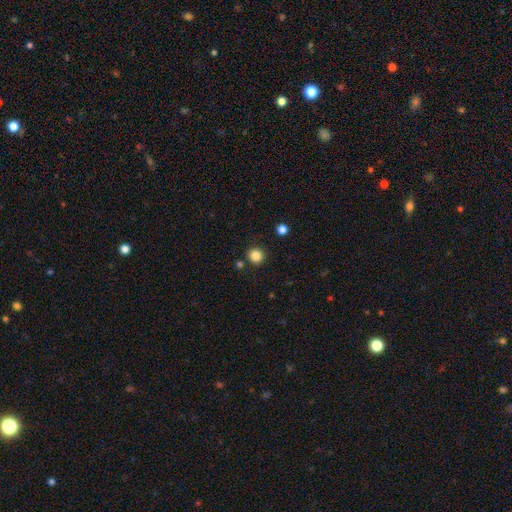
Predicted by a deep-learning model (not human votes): Q: Smooth or featured?
A: smooth (85%); runner-up: star or artifact (11%)
Q: How rounded?
A: round (94%); runner-up: in between (5%)
Q: Merging?
A: none (88%); runner-up: minor disturbance (6%)